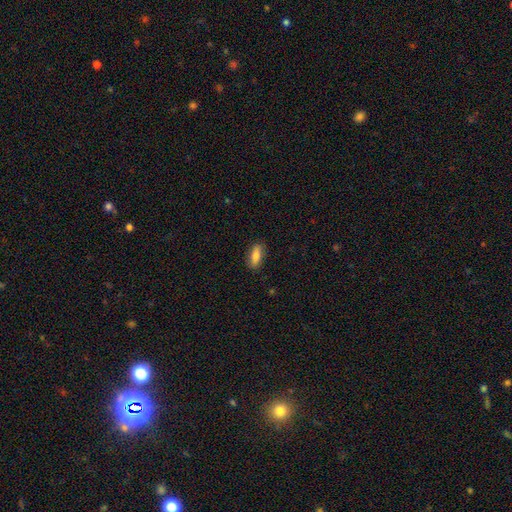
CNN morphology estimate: type=smooth (81%); roundness=in between (74%); merging=none (85%).